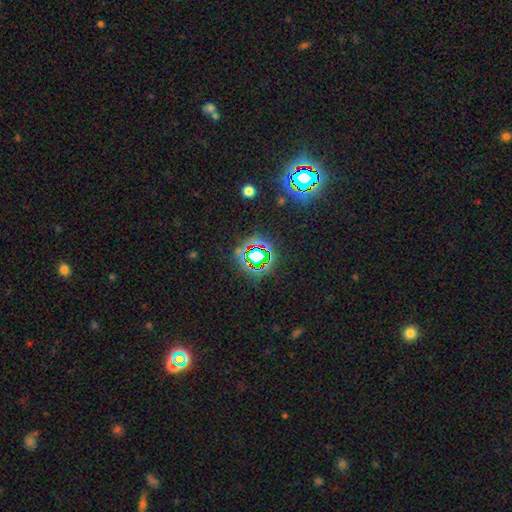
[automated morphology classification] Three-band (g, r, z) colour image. It shows a star or artifact, not a galaxy (67%).